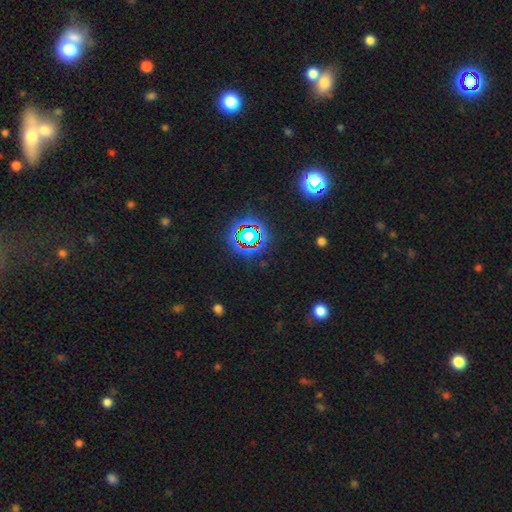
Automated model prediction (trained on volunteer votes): Smooth or featured? star or artifact (72%)